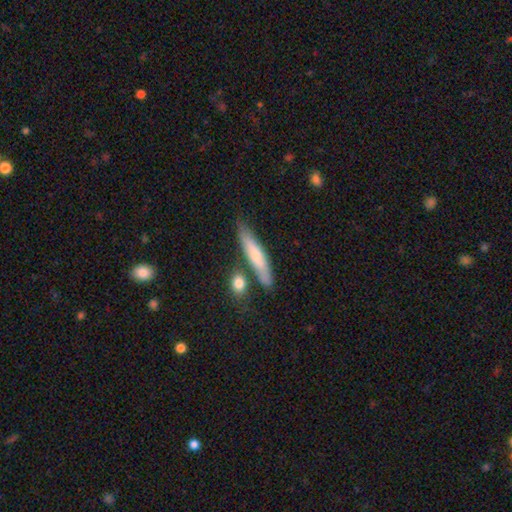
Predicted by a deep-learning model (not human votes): smooth 61%, featured or disk 33%, star or artifact 6%. Down the decision tree: how rounded — cigar-shaped (84%); merging — none (68%).